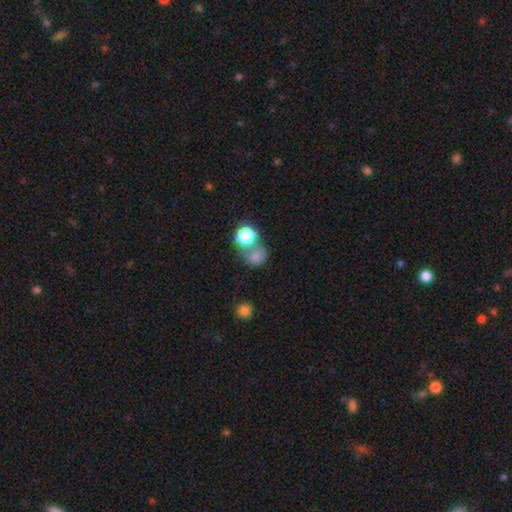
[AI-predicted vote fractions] The model was most divided on "merging": none: 40%, merger: 39%, minor disturbance: 12%, major disturbance: 9%. More confident: how rounded — round (74%); smooth or featured — smooth (72%).